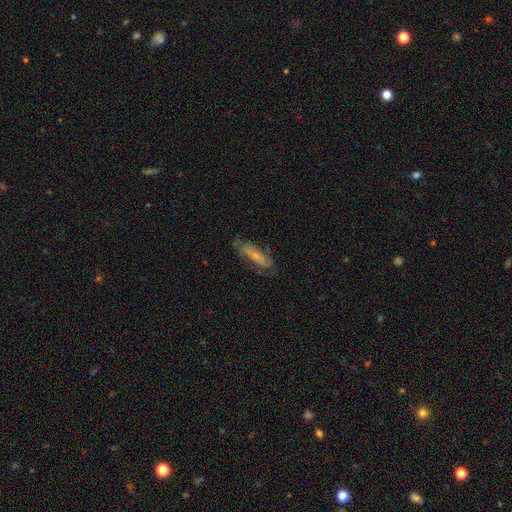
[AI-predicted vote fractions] This is possibly a featured or disk galaxy (58%). It is likely not viewed edge-on (76%). Merging: likely none (67%).